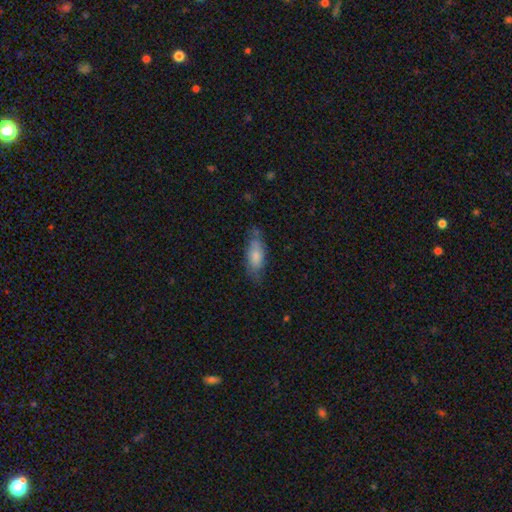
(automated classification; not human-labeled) Smooth or featured: smooth — 74% (featured or disk — 20%)
How rounded: in between — 79% (cigar-shaped — 19%)
Merging: none — 62% (minor disturbance — 27%)